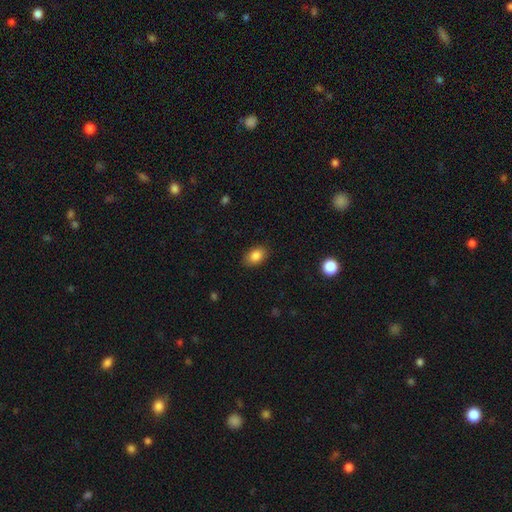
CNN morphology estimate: Smooth or featured: smooth — 85% (star or artifact — 8%)
How rounded: in between — 86% (round — 13%)
Merging: none — 86% (minor disturbance — 10%)